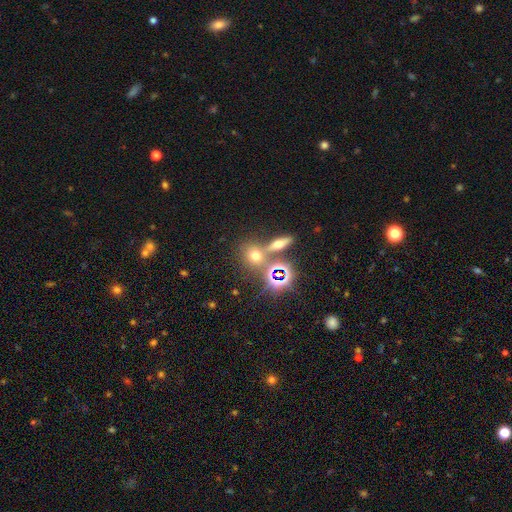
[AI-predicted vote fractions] smooth_or_featured: smooth (p=0.53) [alt: star or artifact p=0.32]
how_rounded: round (p=0.67) [alt: in between p=0.27]
merging: none (p=0.63) [alt: merger p=0.24]